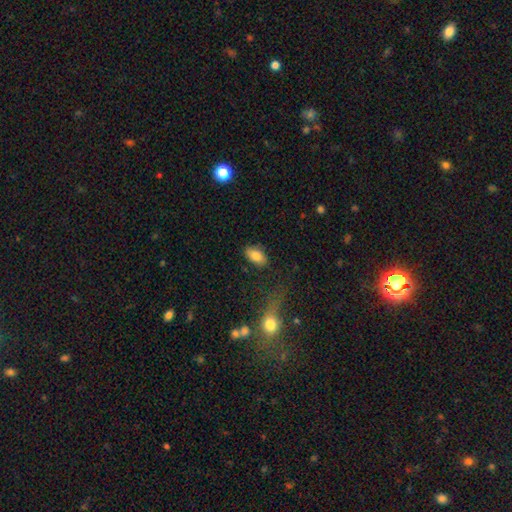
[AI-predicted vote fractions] A smooth galaxy with no disk features (83%) that is in between round and cigar-shaped (91%).

Vote fractions:
- Smooth or featured? smooth: 83% / featured or disk: 9% / star or artifact: 8%
- How rounded? in between: 91% / round: 6% / cigar-shaped: 3%
- Merging? none: 82% / minor disturbance: 12% / major disturbance: 4% / merger: 3%